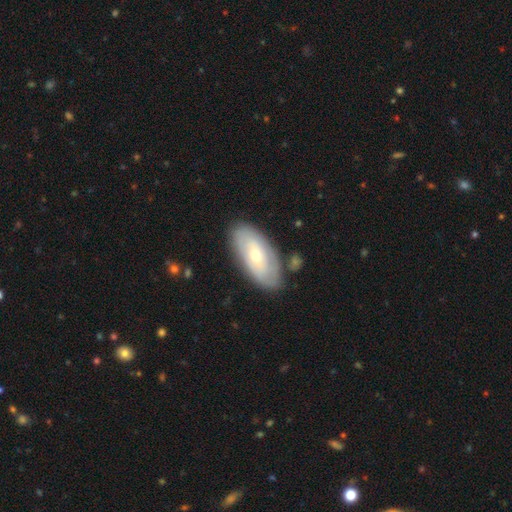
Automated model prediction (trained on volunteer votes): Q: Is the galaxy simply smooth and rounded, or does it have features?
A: featured or disk — 47%, tied with smooth.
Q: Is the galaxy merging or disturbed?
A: none — 80%.